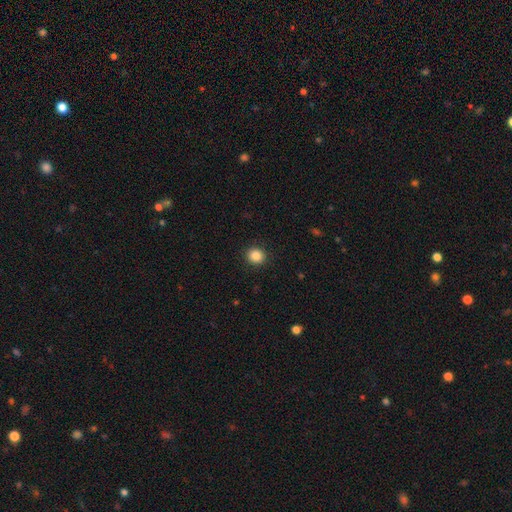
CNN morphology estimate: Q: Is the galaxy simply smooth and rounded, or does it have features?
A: smooth — 86%.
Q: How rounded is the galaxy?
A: round — 88%.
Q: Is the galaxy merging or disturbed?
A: none — 91%.